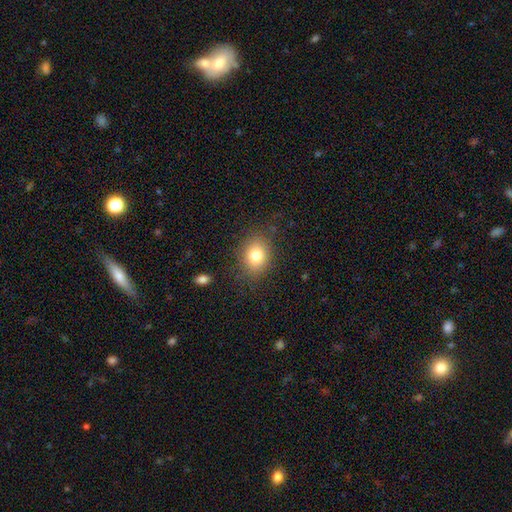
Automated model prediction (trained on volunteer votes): smooth 79%, star or artifact 11%, featured or disk 10%. Down the decision tree: how rounded — in between (52%); merging — none (83%).